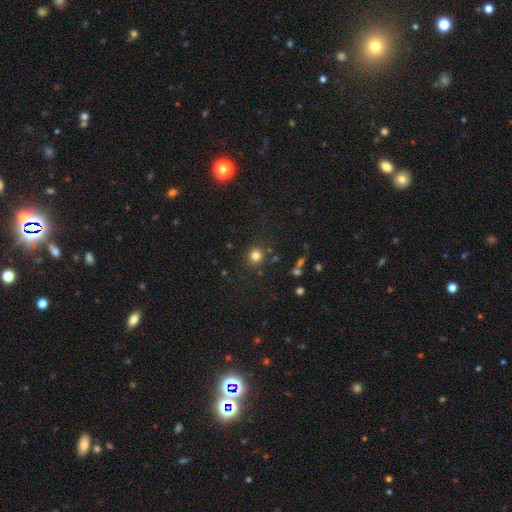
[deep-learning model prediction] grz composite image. It shows a smooth galaxy with no disk features (80%) that is round (88%). Merging: none (85%).